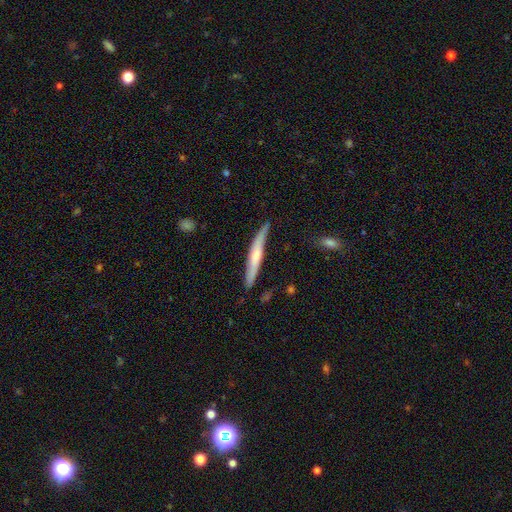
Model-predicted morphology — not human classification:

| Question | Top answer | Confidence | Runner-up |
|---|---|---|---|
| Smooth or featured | featured or disk | 53% | smooth (41%) |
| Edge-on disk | yes | 91% | no (9%) |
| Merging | none | 79% | minor disturbance (16%) |